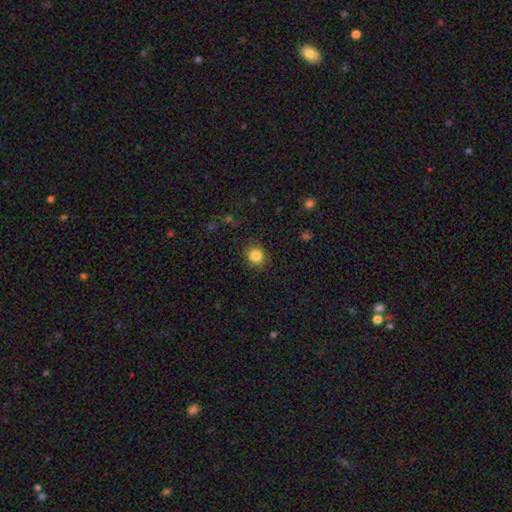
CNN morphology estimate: The model was most divided on "how rounded": round: 84%, in between: 15%, cigar-shaped: 1%. More confident: merging — none (89%); smooth or featured — smooth (84%).